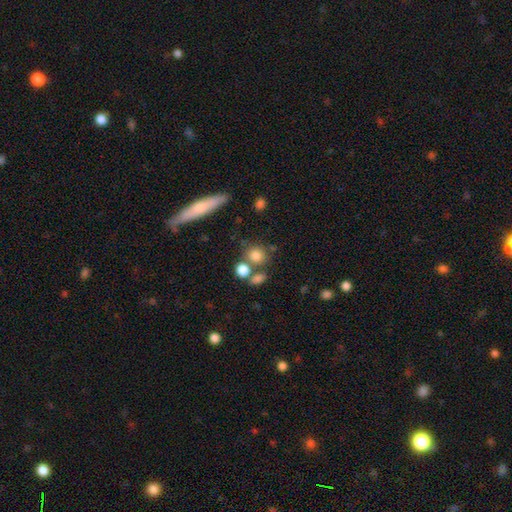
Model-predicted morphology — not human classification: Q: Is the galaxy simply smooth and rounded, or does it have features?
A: smooth — 79%.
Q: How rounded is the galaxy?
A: round — 78%.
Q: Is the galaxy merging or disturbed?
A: none — 60%.